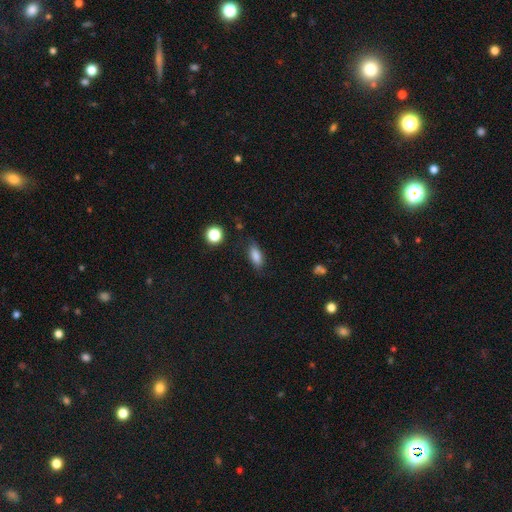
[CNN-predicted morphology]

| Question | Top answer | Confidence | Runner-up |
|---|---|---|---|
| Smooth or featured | smooth | 83% | star or artifact (9%) |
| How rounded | in between | 81% | cigar-shaped (14%) |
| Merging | none | 77% | minor disturbance (17%) |